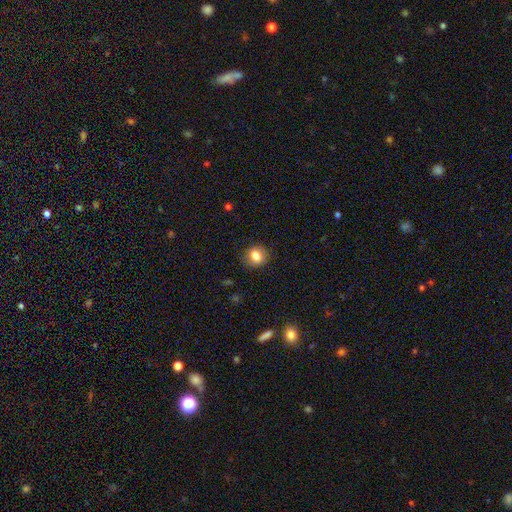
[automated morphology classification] This is clearly a smooth galaxy (81%). How rounded: likely round (67%). Merging: clearly none (84%).